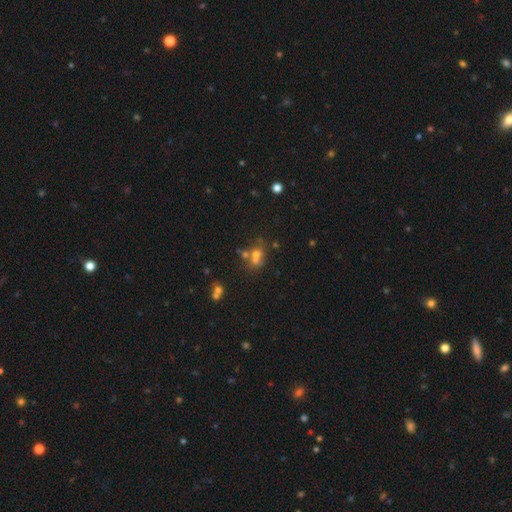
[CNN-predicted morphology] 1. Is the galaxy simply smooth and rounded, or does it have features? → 53% smooth, 24% featured or disk, 23% star or artifact.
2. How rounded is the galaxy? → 57% round, 41% in between, 2% cigar-shaped.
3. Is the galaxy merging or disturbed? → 48% merger, 35% none, 11% minor disturbance, 7% major disturbance.